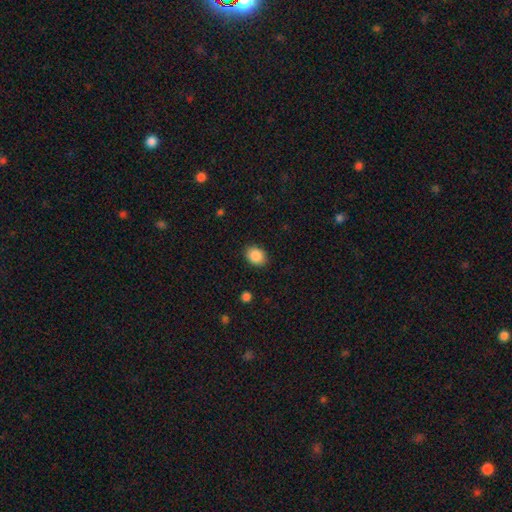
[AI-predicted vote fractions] A smooth galaxy with no disk features (88%) that is in between round and cigar-shaped (61%).

Vote fractions:
- Smooth or featured? smooth: 88% / star or artifact: 8% / featured or disk: 4%
- How rounded? in between: 61% / round: 38% / cigar-shaped: 1%
- Merging? none: 88% / minor disturbance: 9% / major disturbance: 2% / merger: 1%